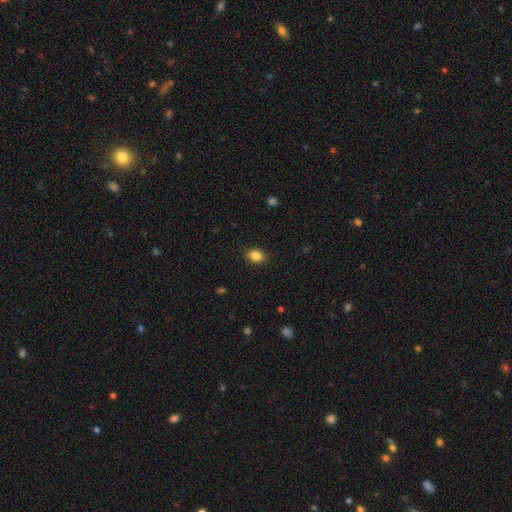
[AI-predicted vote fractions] This is clearly a smooth galaxy (85%). How rounded: likely in between (71%). Merging: clearly none (87%).